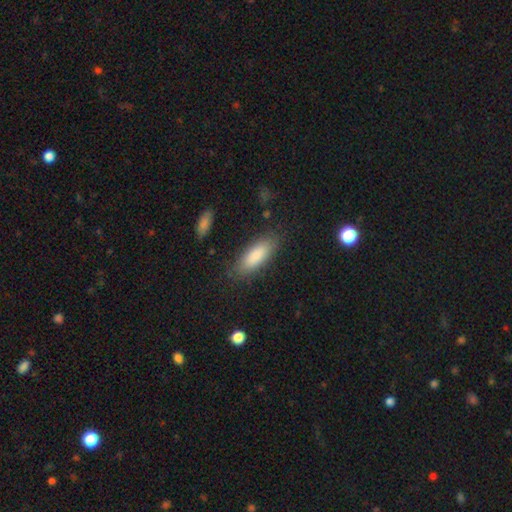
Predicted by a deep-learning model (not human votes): A smooth galaxy with no disk features (84%) that is in between round and cigar-shaped (71%).

Vote fractions:
- Smooth or featured? smooth: 84% / featured or disk: 10% / star or artifact: 6%
- How rounded? in between: 71% / cigar-shaped: 27% / round: 2%
- Merging? none: 83% / minor disturbance: 12% / major disturbance: 4% / merger: 2%